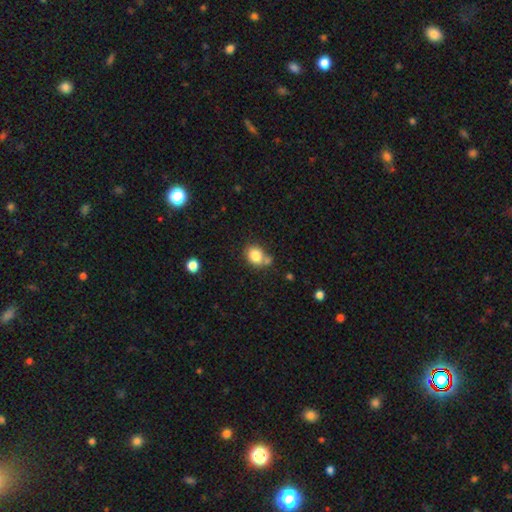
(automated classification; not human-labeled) smooth_or_featured: smooth (p=0.82) [alt: star or artifact p=0.10]
how_rounded: round (p=0.59) [alt: in between p=0.41]
merging: none (p=0.57) [alt: merger p=0.21]